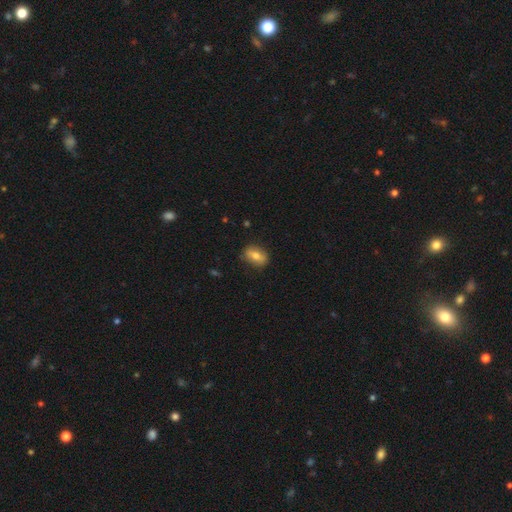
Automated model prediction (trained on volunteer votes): Smooth or featured?
  - smooth: 69% *
  - featured or disk: 23%
  - star or artifact: 8%
How rounded?
  - in between: 80% *
  - round: 16%
  - cigar-shaped: 4%
Merging?
  - none: 83% *
  - minor disturbance: 13%
  - major disturbance: 3%
  - merger: 1%